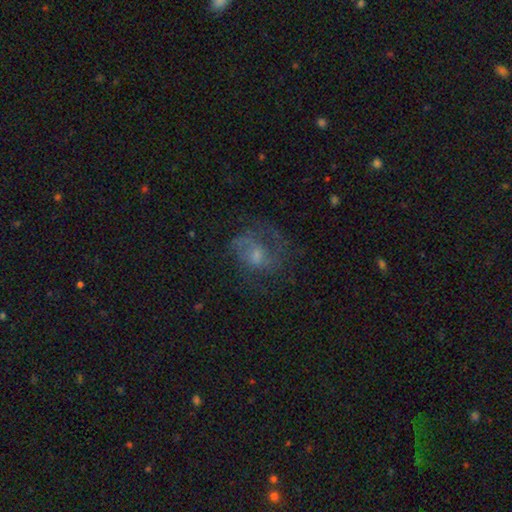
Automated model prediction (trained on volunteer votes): Smooth or featured? featured or disk (54%)
Edge-on disk? no (96%)
Bar? no (69%)
Spiral arms? yes (74%)
Bulge size? moderate (47%)
Merging? none (63%)